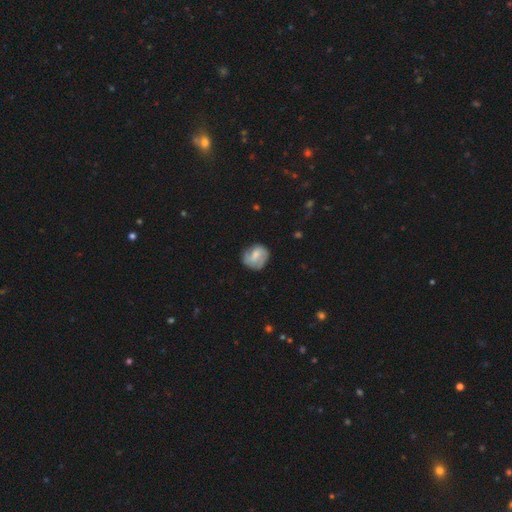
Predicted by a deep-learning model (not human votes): A smooth galaxy with no disk features (53%) that is round (77%).

Vote fractions:
- Smooth or featured? smooth: 53% / featured or disk: 40% / star or artifact: 7%
- How rounded? round: 77% / in between: 22% / cigar-shaped: 1%
- Merging? none: 70% / minor disturbance: 22% / major disturbance: 7% / merger: 2%